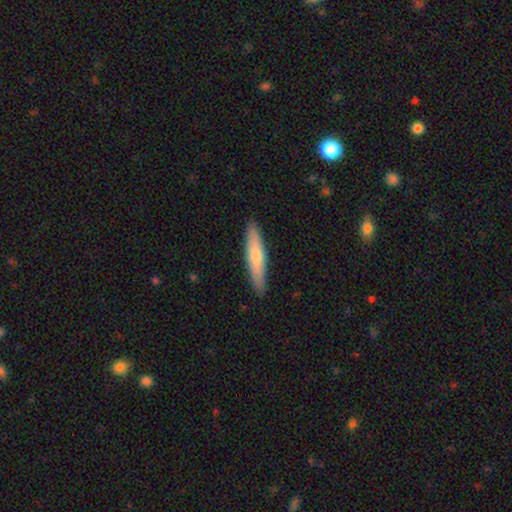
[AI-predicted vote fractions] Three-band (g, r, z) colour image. It shows a smooth galaxy with no disk features (65%) that is cigar-shaped (86%). Merging: none (89%).